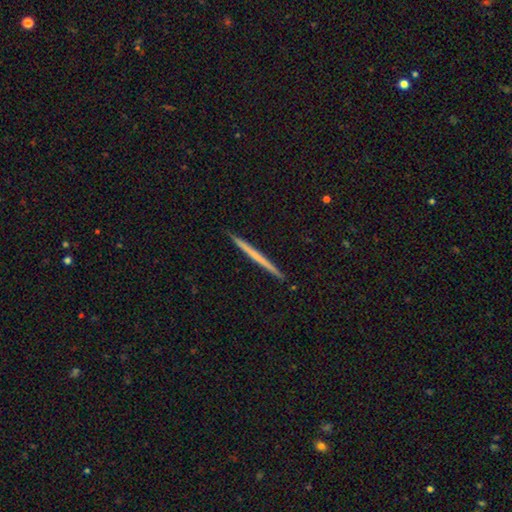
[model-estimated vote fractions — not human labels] Q: Smooth or featured?
A: featured or disk (49%); runner-up: smooth (46%)
Q: Merging?
A: none (93%); runner-up: minor disturbance (5%)